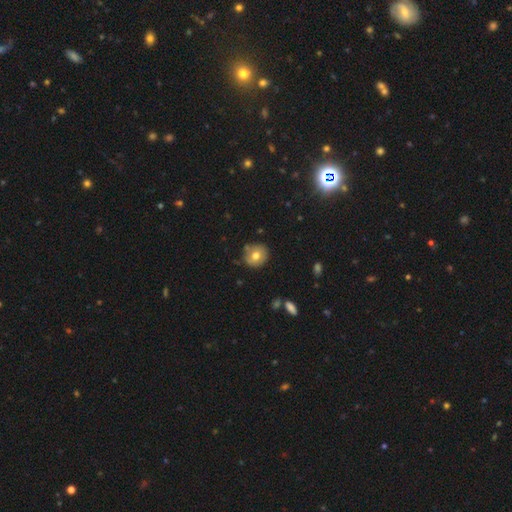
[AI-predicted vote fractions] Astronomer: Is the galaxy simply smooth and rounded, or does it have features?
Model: smooth — 69%.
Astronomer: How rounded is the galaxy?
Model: round — 88%.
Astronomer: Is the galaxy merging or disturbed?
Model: none — 78%.